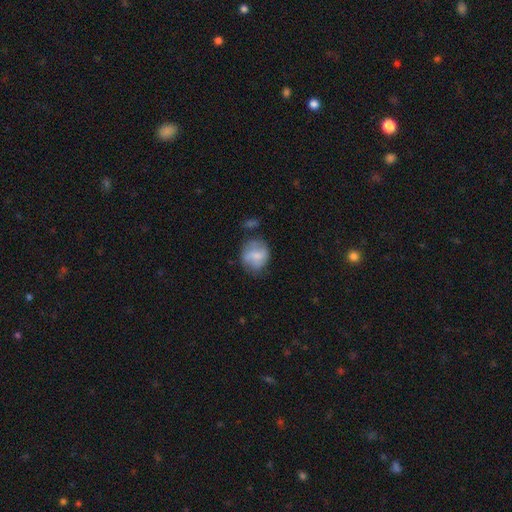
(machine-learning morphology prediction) This is likely a smooth galaxy (62%). How rounded: likely round (71%). Merging: possibly none (55%).